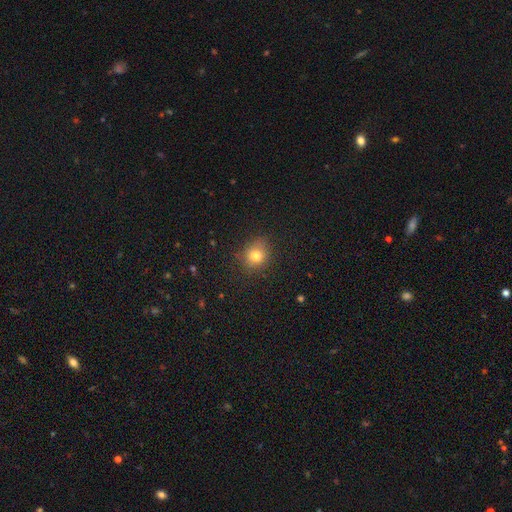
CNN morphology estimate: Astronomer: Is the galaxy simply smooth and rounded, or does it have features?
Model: smooth — 78%.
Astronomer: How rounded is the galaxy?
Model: round — 73%.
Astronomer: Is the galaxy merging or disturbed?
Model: none — 83%.